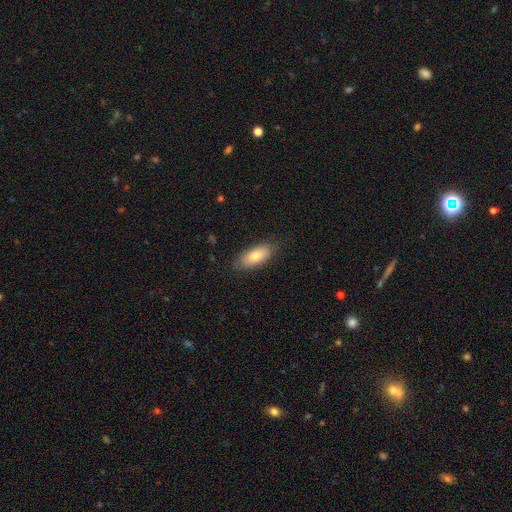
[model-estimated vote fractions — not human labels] Smooth or featured? smooth (76%)
How rounded? in between (85%)
Merging? none (83%)